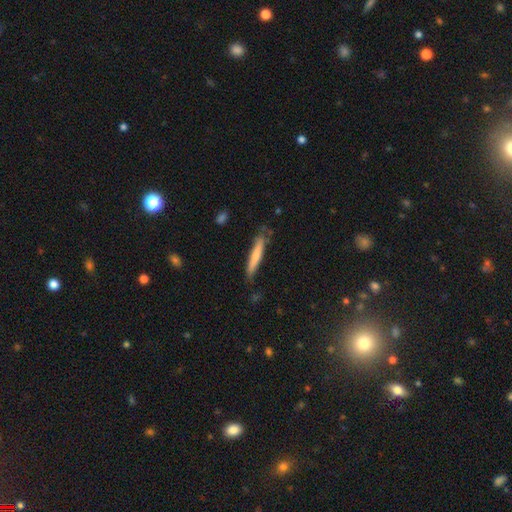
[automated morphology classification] This appears to be a smooth galaxy with no disk features (66%) that is cigar-shaped (92%). Merging: none (73%).